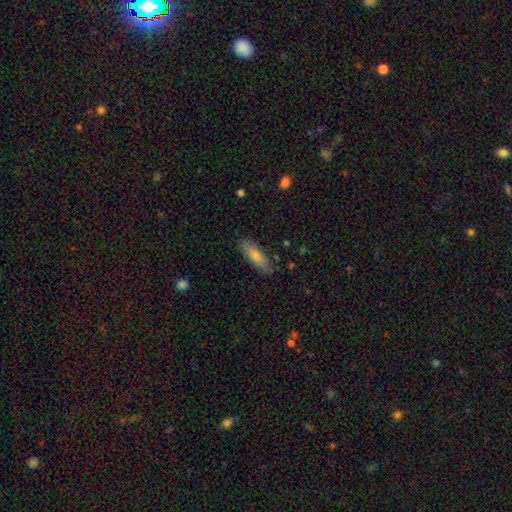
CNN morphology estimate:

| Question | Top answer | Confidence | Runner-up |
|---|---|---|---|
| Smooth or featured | smooth | 79% | featured or disk (15%) |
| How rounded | in between | 55% | cigar-shaped (43%) |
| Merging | none | 82% | minor disturbance (13%) |